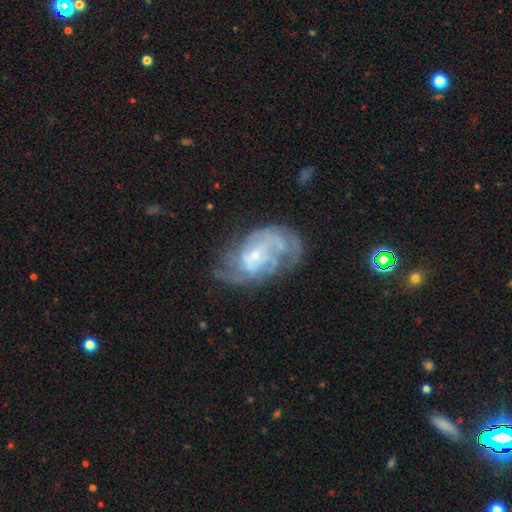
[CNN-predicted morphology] Smooth or featured? featured or disk (77%)
Edge-on disk? no (97%)
Bar? no (55%)
Spiral arms? yes (82%)
Spiral winding? medium (41%)
Spiral arm count? can't tell (41%)
Bulge size? small (67%)
Merging? none (51%)